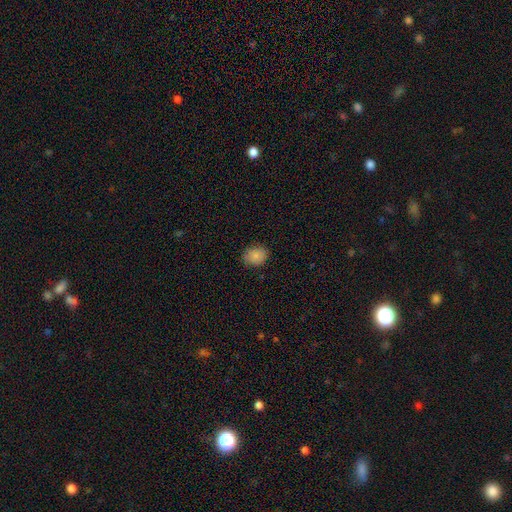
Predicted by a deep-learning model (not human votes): A smooth galaxy with no disk features (86%) that is in between round and cigar-shaped (54%). Merging: none (85%).